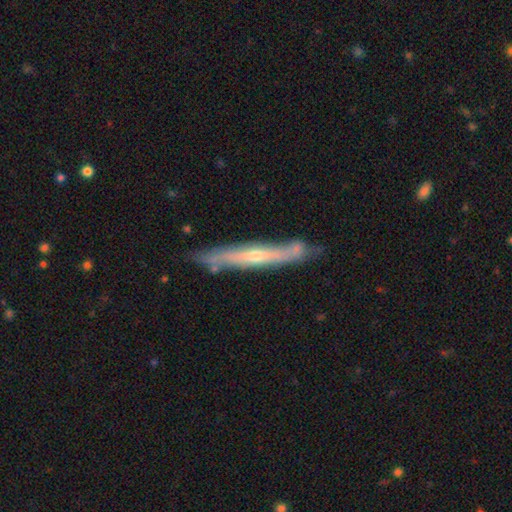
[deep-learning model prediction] A featured or disk galaxy (70%) viewed edge-on (86%) with a rounded central bulge (60%). Merging: none (75%).